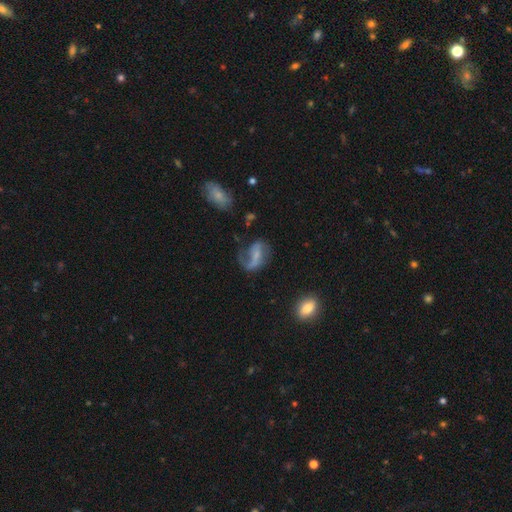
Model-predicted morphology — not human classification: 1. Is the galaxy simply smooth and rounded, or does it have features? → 68% featured or disk, 23% smooth, 9% star or artifact.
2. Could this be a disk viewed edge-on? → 96% no, 4% yes.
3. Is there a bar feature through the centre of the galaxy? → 40% weak, 32% strong, 28% no.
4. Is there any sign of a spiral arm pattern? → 85% yes, 15% no.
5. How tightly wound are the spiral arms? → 58% loose, 32% medium, 10% tight.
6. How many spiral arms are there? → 54% 2, 38% 1, 5% can't tell, 1% 3, 1% 4, 1% more than 4.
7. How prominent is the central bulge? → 47% small, 31% none, 17% moderate, 3% large, 1% dominant.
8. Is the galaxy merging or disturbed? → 44% none, 31% major disturbance, 21% minor disturbance, 4% merger.